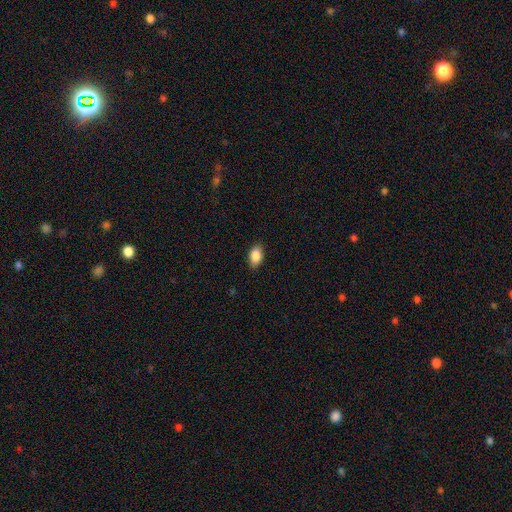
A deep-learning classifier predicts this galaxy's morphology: Q: Smooth or featured?
A: smooth (87%); runner-up: star or artifact (7%)
Q: How rounded?
A: in between (90%); runner-up: round (8%)
Q: Merging?
A: none (87%); runner-up: minor disturbance (10%)